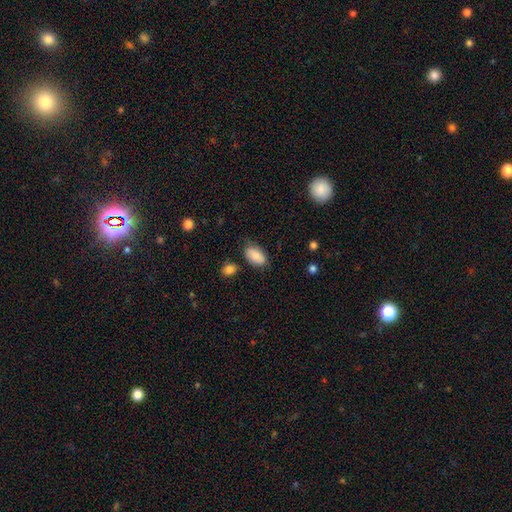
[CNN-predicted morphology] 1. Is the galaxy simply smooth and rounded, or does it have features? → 83% smooth, 10% featured or disk, 7% star or artifact.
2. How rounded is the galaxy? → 93% in between, 5% round, 2% cigar-shaped.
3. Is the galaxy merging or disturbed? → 73% none, 19% minor disturbance, 4% major disturbance, 4% merger.